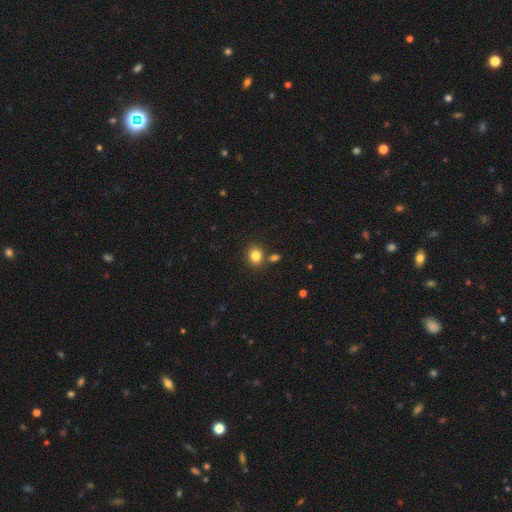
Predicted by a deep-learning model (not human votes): This appears to be a smooth galaxy with no disk features (82%) that is round (69%). Merging: none (74%).